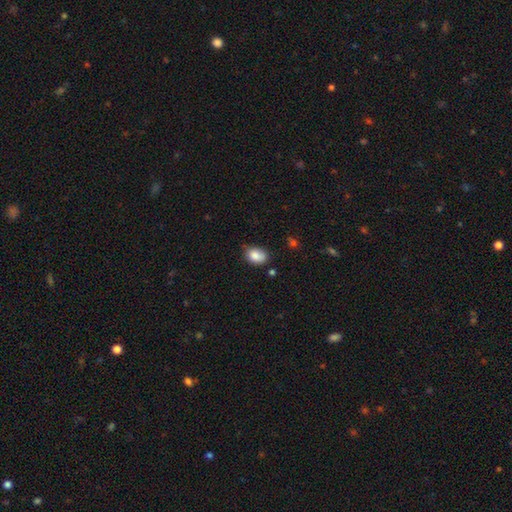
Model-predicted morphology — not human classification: Smooth or featured?
  - smooth: 86% *
  - star or artifact: 8%
  - featured or disk: 6%
How rounded?
  - in between: 79% *
  - round: 20%
  - cigar-shaped: 1%
Merging?
  - none: 66% *
  - minor disturbance: 26%
  - major disturbance: 4%
  - merger: 3%